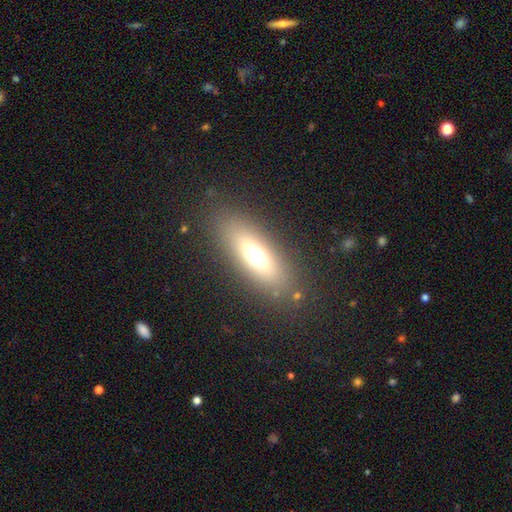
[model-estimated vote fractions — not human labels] smooth_or_featured: smooth (p=0.57) [alt: featured or disk p=0.29]
how_rounded: in between (p=0.68) [alt: cigar-shaped p=0.26]
merging: none (p=0.84) [alt: minor disturbance p=0.09]